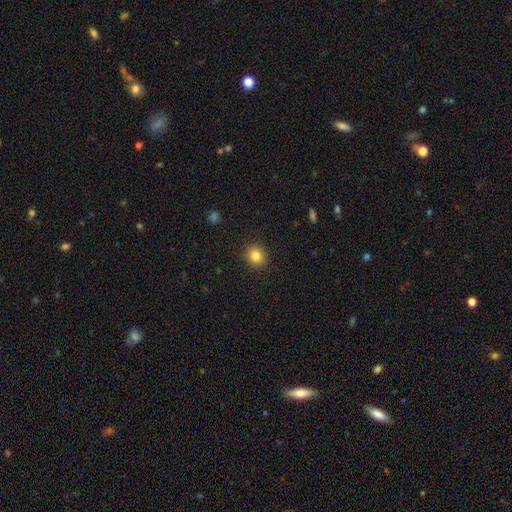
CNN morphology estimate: smooth_or_featured: smooth (p=0.83) [alt: star or artifact p=0.11]
how_rounded: round (p=0.80) [alt: in between p=0.19]
merging: none (p=0.91) [alt: minor disturbance p=0.06]